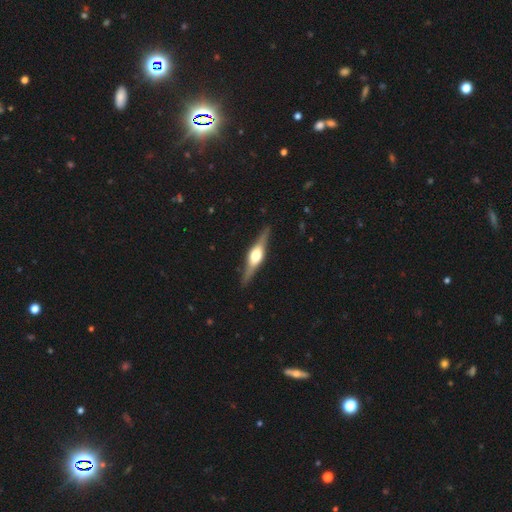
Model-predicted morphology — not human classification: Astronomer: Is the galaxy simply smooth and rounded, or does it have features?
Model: featured or disk — 78%.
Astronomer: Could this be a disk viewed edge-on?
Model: yes — 97%.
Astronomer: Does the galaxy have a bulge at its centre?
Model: rounded — 89%.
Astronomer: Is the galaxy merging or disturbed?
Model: none — 88%.